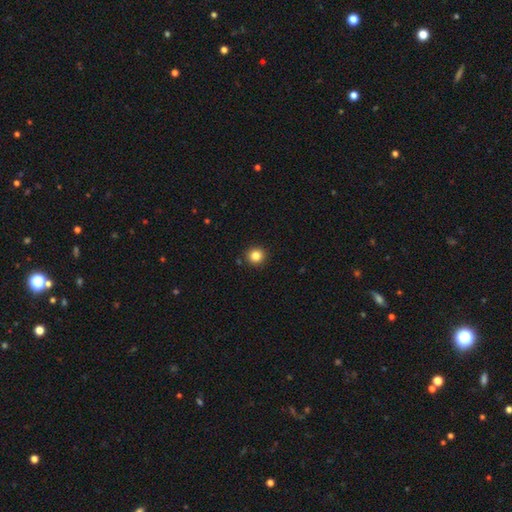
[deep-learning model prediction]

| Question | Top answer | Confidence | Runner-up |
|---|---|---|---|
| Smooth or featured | smooth | 84% | star or artifact (11%) |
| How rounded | round | 94% | in between (5%) |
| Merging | none | 92% | minor disturbance (5%) |